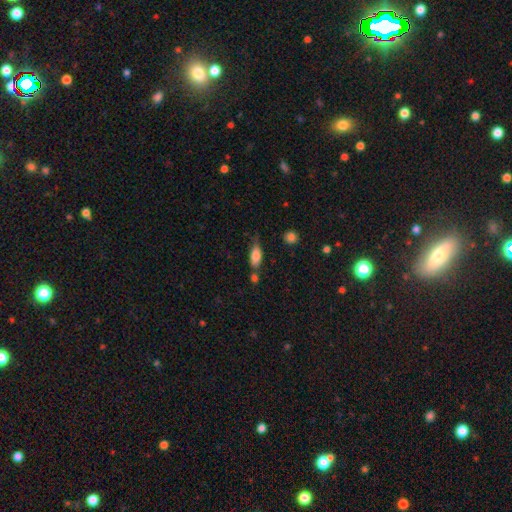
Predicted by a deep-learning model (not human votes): Smooth or featured? Predicted: smooth (p=0.79). How rounded? Predicted: in between (p=0.78). Merging? Predicted: none (p=0.49).